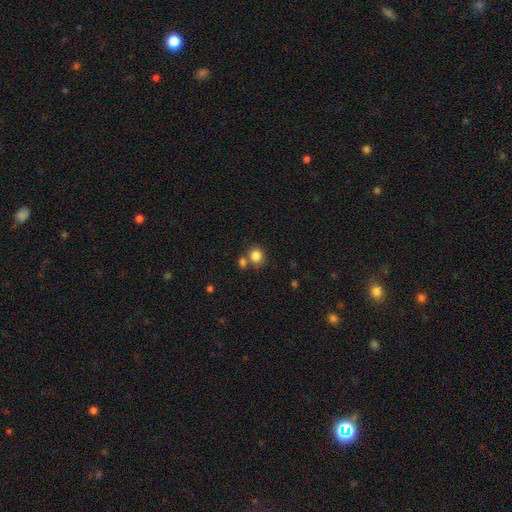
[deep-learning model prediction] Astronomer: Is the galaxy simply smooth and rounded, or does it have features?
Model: smooth — 84%.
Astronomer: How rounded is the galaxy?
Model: round — 81%.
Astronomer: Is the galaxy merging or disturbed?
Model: none — 64%.